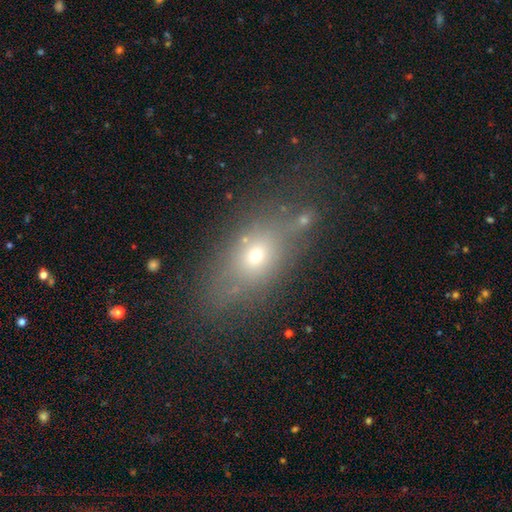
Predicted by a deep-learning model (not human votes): smooth 58%, featured or disk 22%, star or artifact 21%. Down the decision tree: how rounded — in between (69%); merging — none (66%).